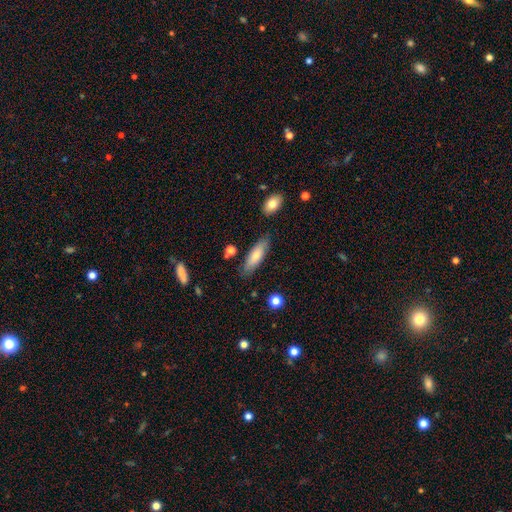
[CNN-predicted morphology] Smooth or featured? smooth (75%)
How rounded? in between (50%)
Merging? none (81%)